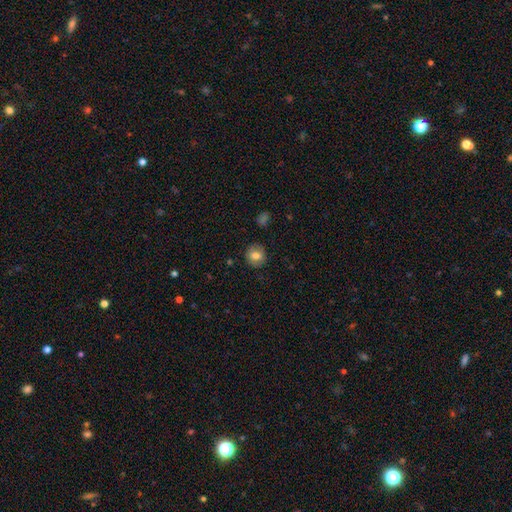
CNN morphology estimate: smooth 77%, featured or disk 14%, star or artifact 9%. Down the decision tree: how rounded — round (84%); merging — none (87%).